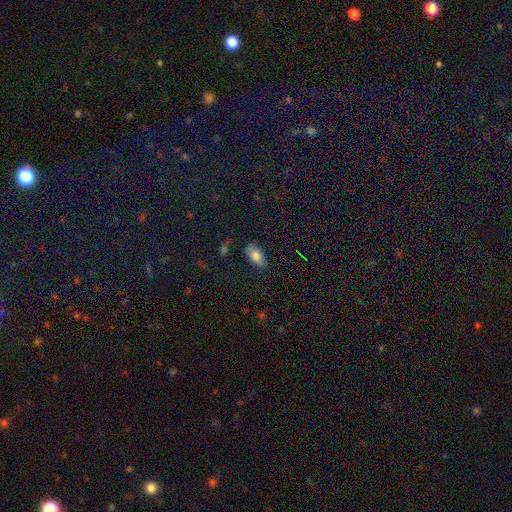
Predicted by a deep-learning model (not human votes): This is likely a smooth galaxy (80%). How rounded: clearly in between (90%). Merging: likely none (78%).